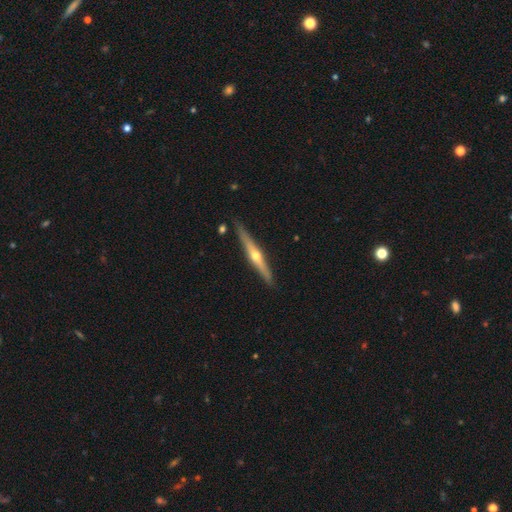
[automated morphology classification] A featured or disk galaxy (77%) viewed edge-on (98%) with a rounded central bulge (92%). Merging: none (90%).